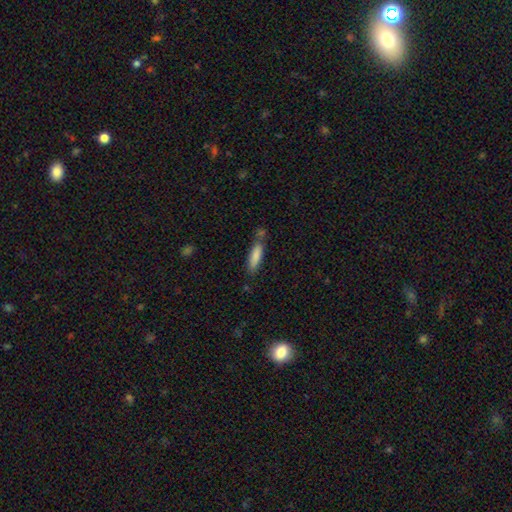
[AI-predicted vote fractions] Smooth or featured? Predicted: smooth (p=0.82). How rounded? Predicted: cigar-shaped (p=0.69). Merging? Predicted: none (p=0.61).